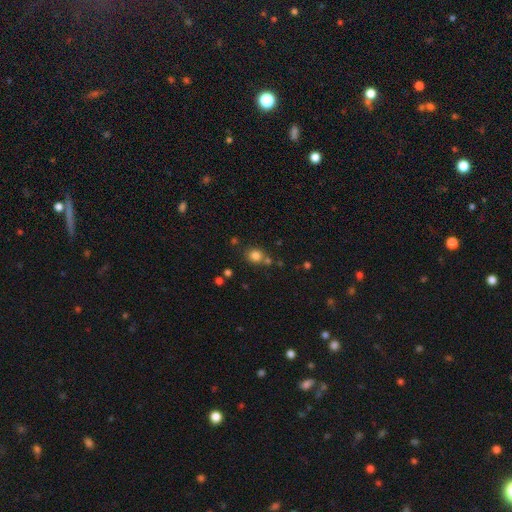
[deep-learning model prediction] Q: Smooth or featured?
A: smooth (80%); runner-up: star or artifact (14%)
Q: How rounded?
A: round (79%); runner-up: in between (20%)
Q: Merging?
A: none (70%); runner-up: merger (15%)